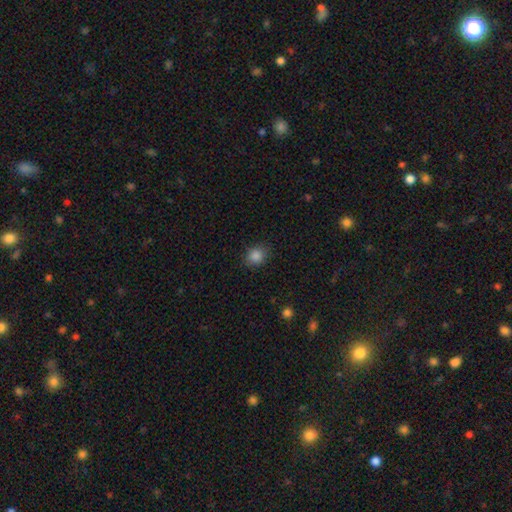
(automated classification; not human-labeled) This is clearly a smooth galaxy (86%). How rounded: likely round (68%). Merging: clearly none (85%).